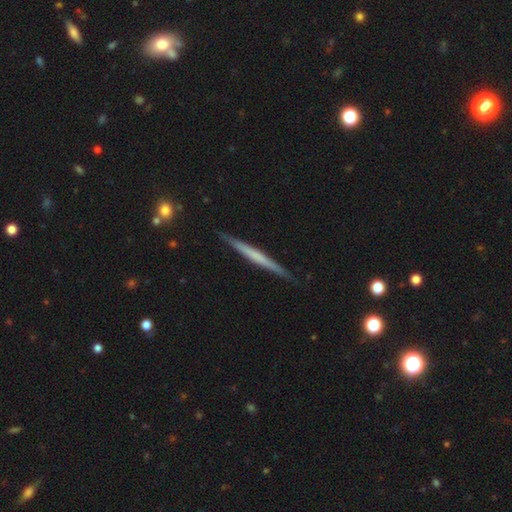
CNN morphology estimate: smooth-or-featured: featured or disk: 54% | smooth: 41% | star or artifact: 5%
  disk-edge-on: yes: 98% | no: 2%
    edge-on-bulge: none: 79% | rounded: 14% | boxy: 8%
  merging: none: 90% | minor disturbance: 7% | major disturbance: 1% | merger: 1%